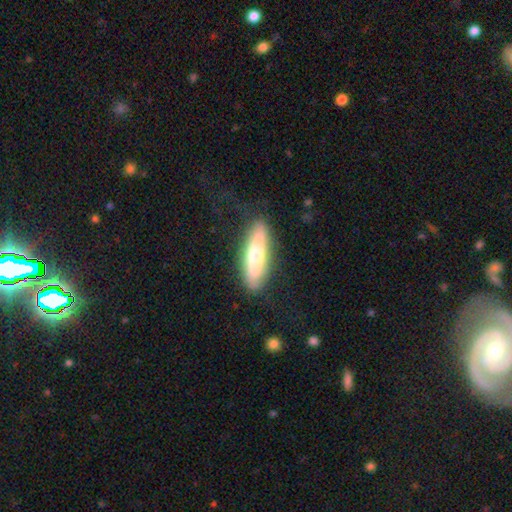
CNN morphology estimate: This is likely a smooth galaxy (61%). How rounded: likely cigar-shaped (64%). Merging: clearly none (83%).